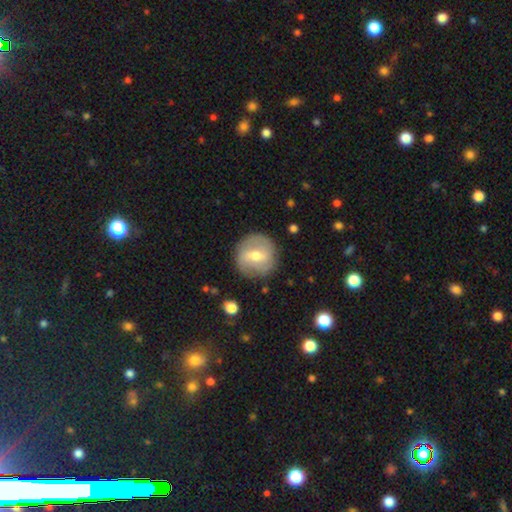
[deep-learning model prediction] The model was most divided on "smooth or featured": featured or disk: 55%, smooth: 38%, star or artifact: 7%. More confident: edge-on disk — no (95%); merging — none (83%); bulge size — moderate (67%); spiral arms — yes (63%); bar — weak (54%).